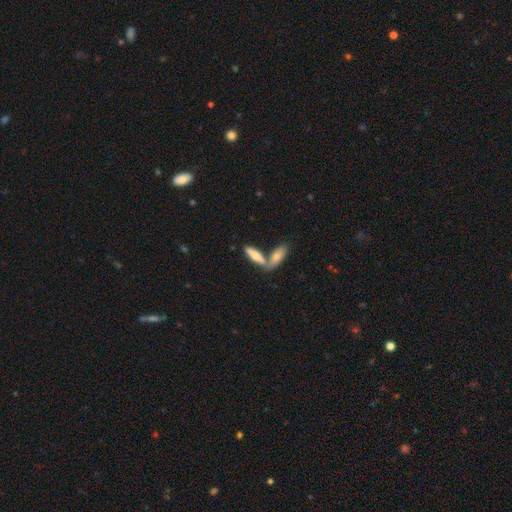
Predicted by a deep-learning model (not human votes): This appears to be a smooth galaxy with no disk features (62%) that is cigar-shaped (54%). Merging: merger (48%).